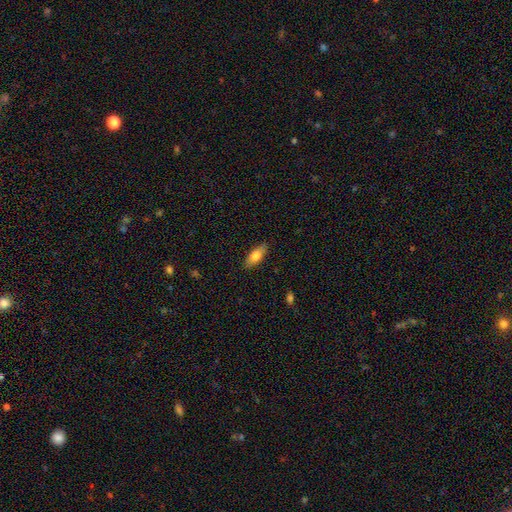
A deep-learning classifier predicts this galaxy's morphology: smooth 75%, featured or disk 19%, star or artifact 7%. Down the decision tree: how rounded — in between (76%); merging — none (87%).